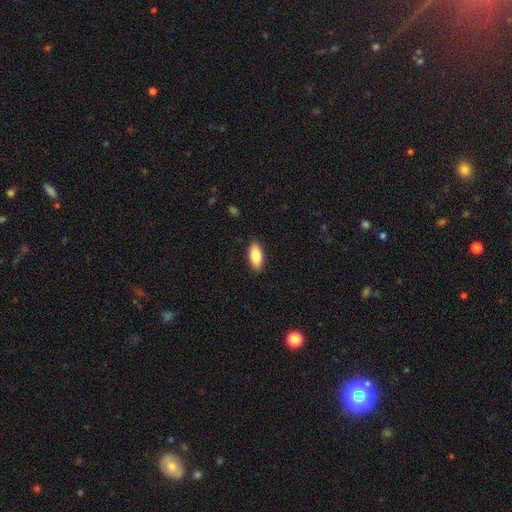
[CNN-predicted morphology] type=smooth (85%); roundness=in between (90%); merging=none (88%).